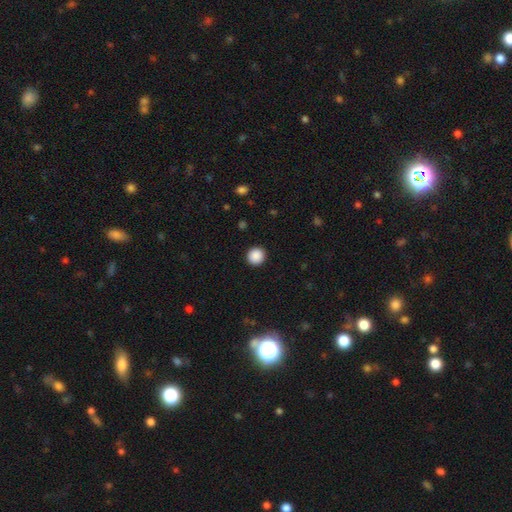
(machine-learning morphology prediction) The model was most divided on "smooth or featured": smooth: 89%, star or artifact: 9%, featured or disk: 2%. More confident: how rounded — round (93%); merging — none (92%).